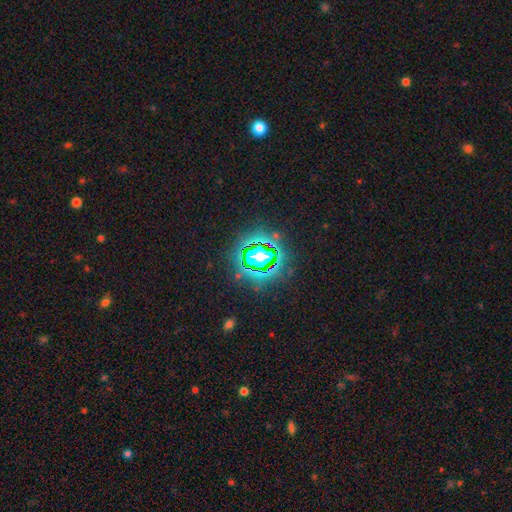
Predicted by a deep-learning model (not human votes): star or artifact 80%, smooth 12%, featured or disk 8%.